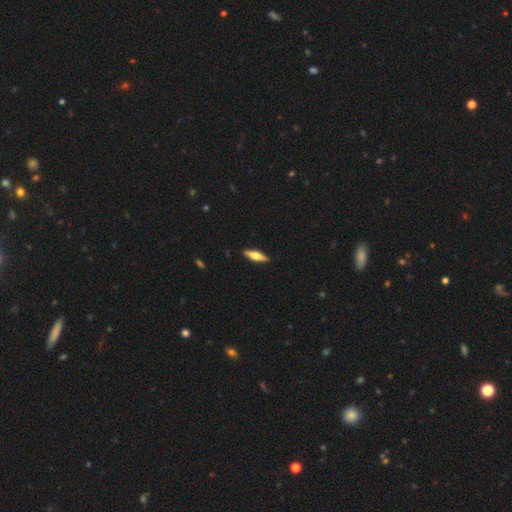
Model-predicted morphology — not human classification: Smooth or featured? smooth (48%)
Merging? none (90%)